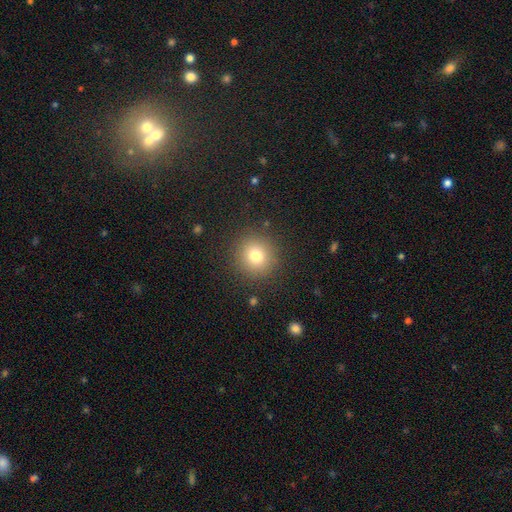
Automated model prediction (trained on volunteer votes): smooth-or-featured: smooth: 77% | star or artifact: 14% | featured or disk: 9%
  how-rounded: round: 93% | in between: 6% | cigar-shaped: 1%
  merging: none: 89% | minor disturbance: 7% | major disturbance: 3% | merger: 1%